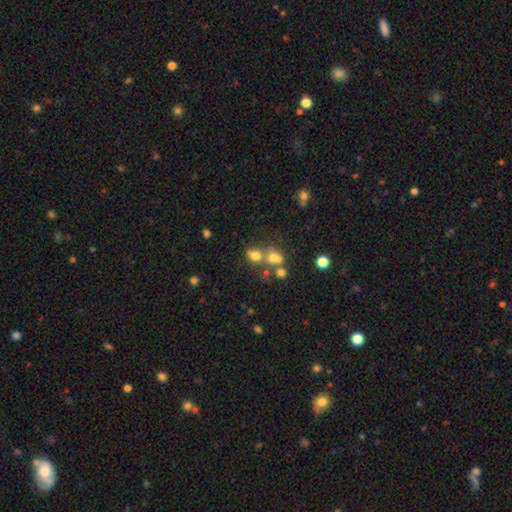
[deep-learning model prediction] This is likely a smooth galaxy (69%). How rounded: likely round (66%). Merging: marginally merger (43%).